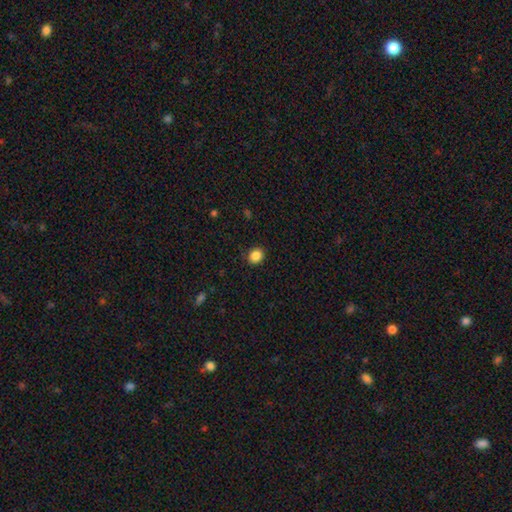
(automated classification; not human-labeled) Q: Smooth or featured?
A: smooth (86%); runner-up: star or artifact (10%)
Q: How rounded?
A: round (65%); runner-up: in between (34%)
Q: Merging?
A: none (88%); runner-up: minor disturbance (8%)